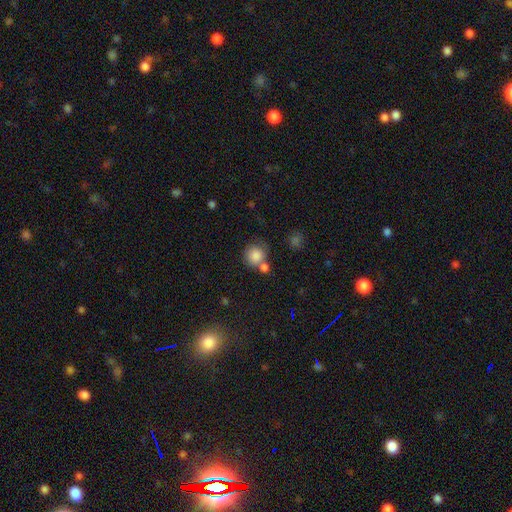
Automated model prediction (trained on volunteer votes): Q: Smooth or featured?
A: smooth (84%); runner-up: star or artifact (9%)
Q: How rounded?
A: round (88%); runner-up: in between (11%)
Q: Merging?
A: none (51%); runner-up: merger (30%)